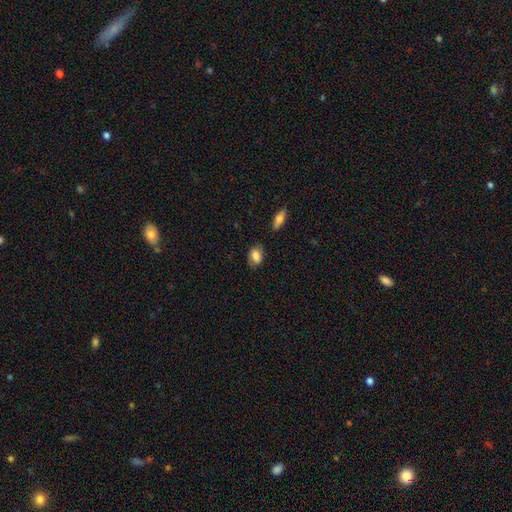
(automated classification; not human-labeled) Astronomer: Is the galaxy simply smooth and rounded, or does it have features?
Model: smooth — 79%.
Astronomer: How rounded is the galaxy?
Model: in between — 83%.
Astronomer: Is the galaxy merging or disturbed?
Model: none — 73%.